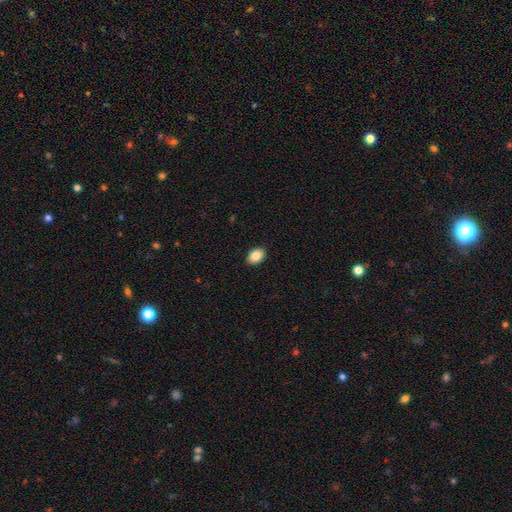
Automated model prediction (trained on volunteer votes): Smooth or featured? smooth (86%)
How rounded? in between (84%)
Merging? none (90%)